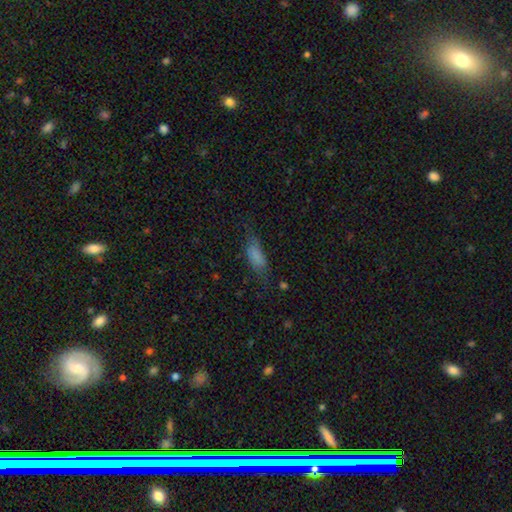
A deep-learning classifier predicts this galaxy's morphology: Smooth or featured? smooth (73%)
How rounded? in between (70%)
Merging? none (52%)